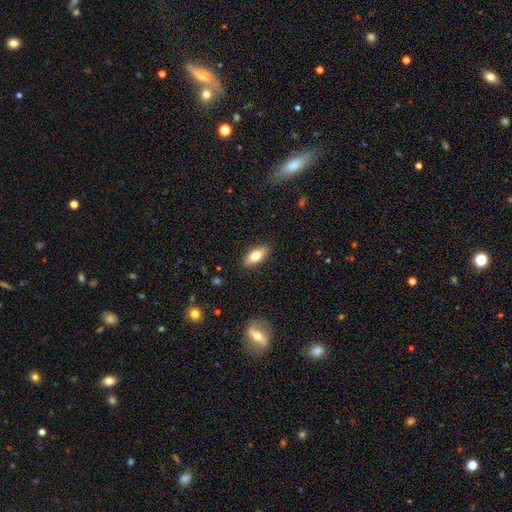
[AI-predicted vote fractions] smooth 74%, featured or disk 19%, star or artifact 7%. Down the decision tree: how rounded — in between (83%); merging — none (88%).